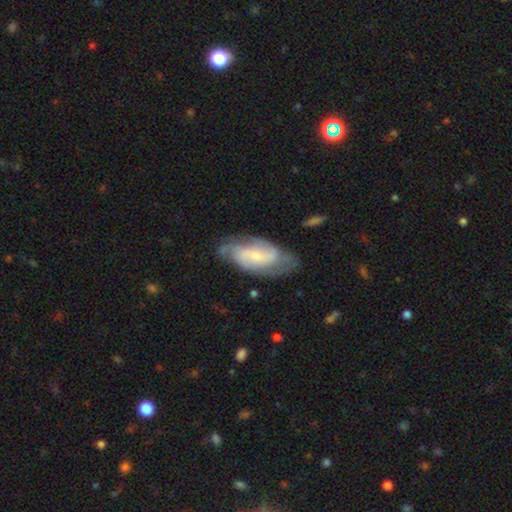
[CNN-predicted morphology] Q: Smooth or featured?
A: featured or disk (70%); runner-up: smooth (24%)
Q: Edge-on disk?
A: no (93%); runner-up: yes (7%)
Q: Bar?
A: weak (44%); runner-up: no (40%)
Q: Spiral arms?
A: yes (90%); runner-up: no (10%)
Q: Spiral winding?
A: medium (44%); runner-up: tight (33%)
Q: Spiral arm count?
A: 2 (50%); runner-up: can't tell (27%)
Q: Bulge size?
A: small (60%); runner-up: moderate (29%)
Q: Merging?
A: none (65%); runner-up: minor disturbance (23%)